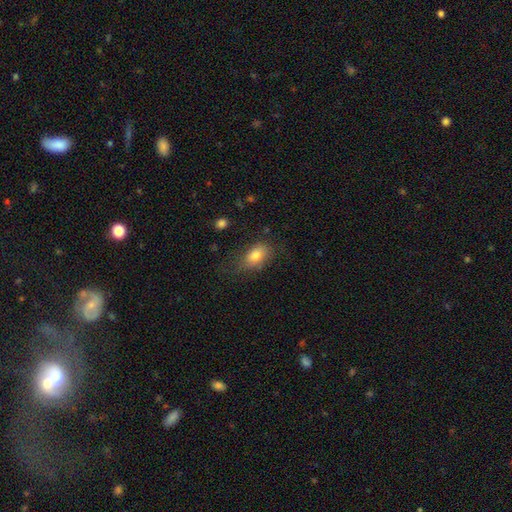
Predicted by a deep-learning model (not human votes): A smooth galaxy with no disk features (80%) that is in between round and cigar-shaped (86%). Merging: none (63%).